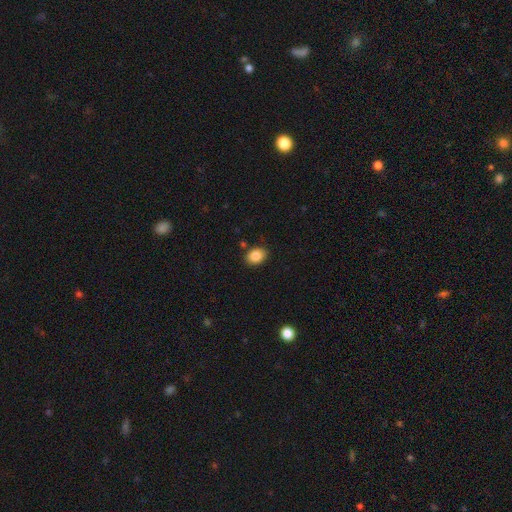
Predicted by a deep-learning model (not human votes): smooth-or-featured: smooth: 86% | star or artifact: 8% | featured or disk: 5%
  how-rounded: in between: 69% | round: 30% | cigar-shaped: 1%
  merging: none: 84% | minor disturbance: 11% | merger: 3% | major disturbance: 3%